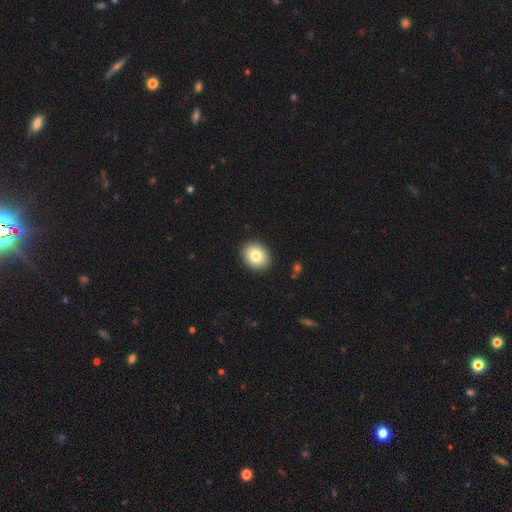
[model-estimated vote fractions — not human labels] smooth-or-featured: smooth: 82% | featured or disk: 10% | star or artifact: 8%
  how-rounded: round: 62% | in between: 37% | cigar-shaped: 1%
  merging: none: 91% | minor disturbance: 6% | major disturbance: 2% | merger: 1%